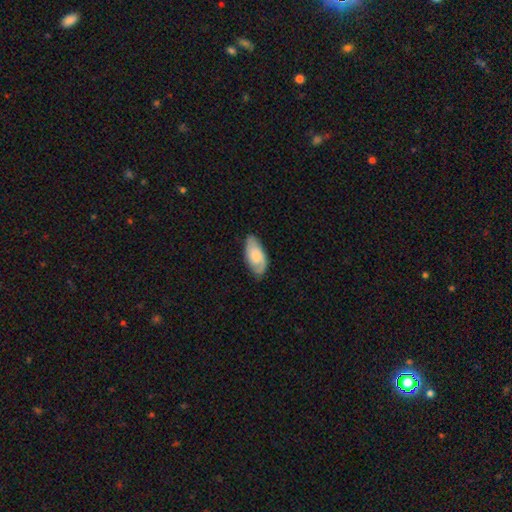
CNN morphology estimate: smooth_or_featured: smooth (p=0.56) [alt: featured or disk p=0.37]
how_rounded: in between (p=0.91) [alt: cigar-shaped p=0.06]
merging: none (p=0.73) [alt: minor disturbance p=0.21]